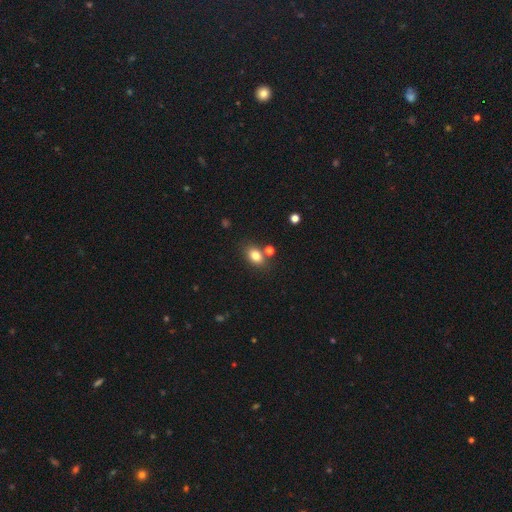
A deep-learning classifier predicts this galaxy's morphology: smooth_or_featured: smooth (p=0.81) [alt: star or artifact p=0.11]
how_rounded: in between (p=0.74) [alt: round p=0.25]
merging: none (p=0.73) [alt: merger p=0.12]